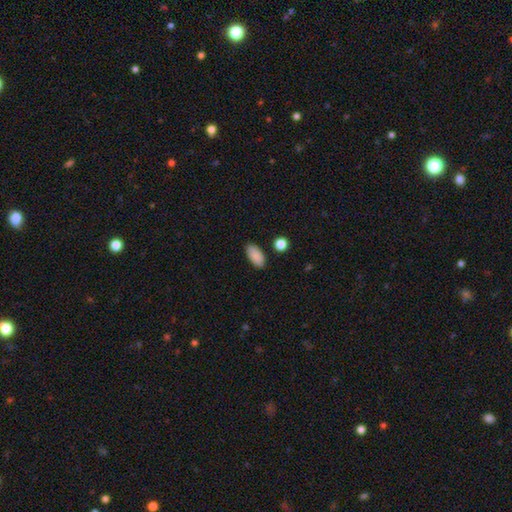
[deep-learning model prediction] The model was most divided on "merging": none: 86%, minor disturbance: 9%, major disturbance: 2%, merger: 2%. More confident: how rounded — in between (91%); smooth or featured — smooth (89%).